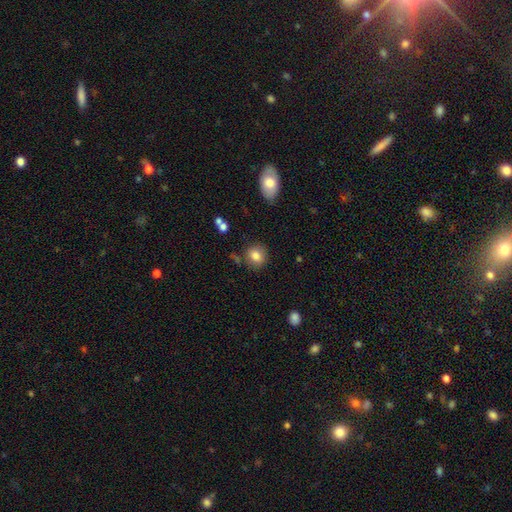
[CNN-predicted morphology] type=smooth (82%); roundness=round (72%); merging=none (80%).